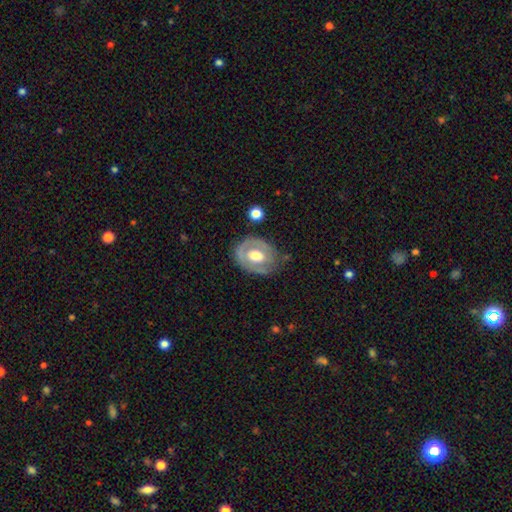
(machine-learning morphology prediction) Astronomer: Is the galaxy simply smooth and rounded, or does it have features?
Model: featured or disk — 59% (runner-up: smooth, 36%).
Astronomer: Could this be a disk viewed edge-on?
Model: no — 94%.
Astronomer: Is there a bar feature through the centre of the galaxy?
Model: no — 68%.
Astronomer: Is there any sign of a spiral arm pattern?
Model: no — 68%.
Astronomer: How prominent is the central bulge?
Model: moderate — 63%.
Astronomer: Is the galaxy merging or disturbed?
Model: none — 66%.